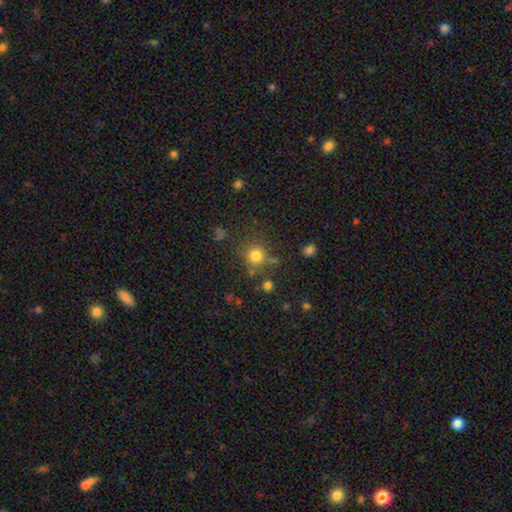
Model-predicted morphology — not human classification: Smooth or featured?
  - smooth: 78% *
  - star or artifact: 15%
  - featured or disk: 7%
How rounded?
  - round: 93% *
  - in between: 6%
  - cigar-shaped: 1%
Merging?
  - none: 77% *
  - minor disturbance: 11%
  - merger: 8%
  - major disturbance: 5%